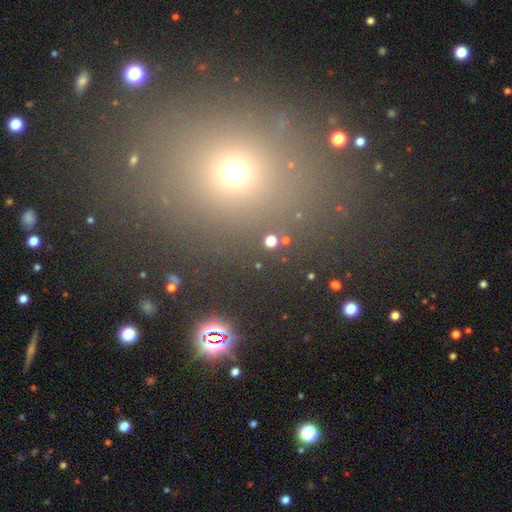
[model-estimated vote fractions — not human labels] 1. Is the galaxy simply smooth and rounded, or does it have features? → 55% smooth, 36% star or artifact, 9% featured or disk.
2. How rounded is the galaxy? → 56% round, 42% in between, 2% cigar-shaped.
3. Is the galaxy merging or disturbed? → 84% none, 8% minor disturbance, 5% major disturbance, 3% merger.